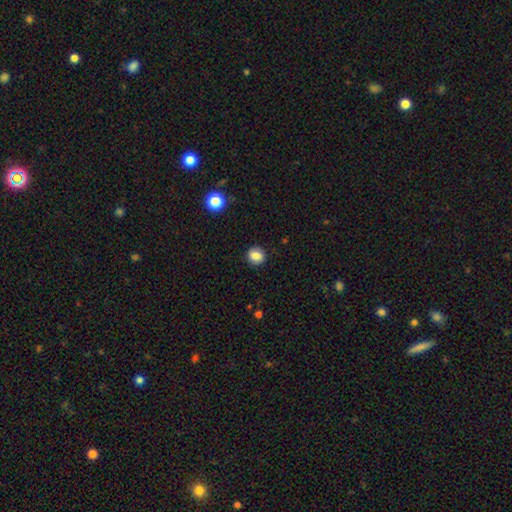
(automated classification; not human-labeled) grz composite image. It shows a smooth galaxy with no disk features (82%) that is round (83%). Merging: none (90%).